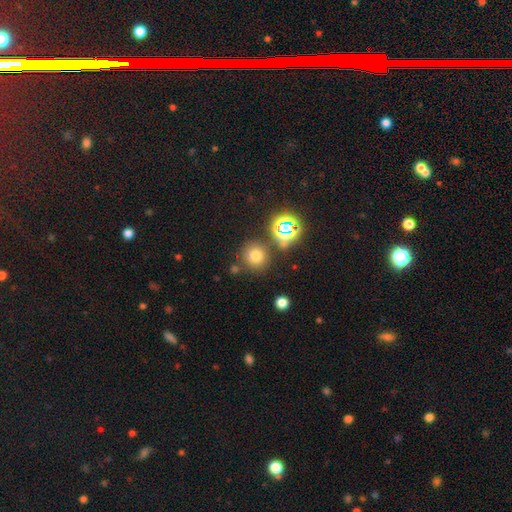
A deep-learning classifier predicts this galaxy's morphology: smooth_or_featured: smooth (p=0.68) [alt: star or artifact p=0.23]
how_rounded: round (p=0.91) [alt: in between p=0.08]
merging: none (p=0.78) [alt: minor disturbance p=0.09]